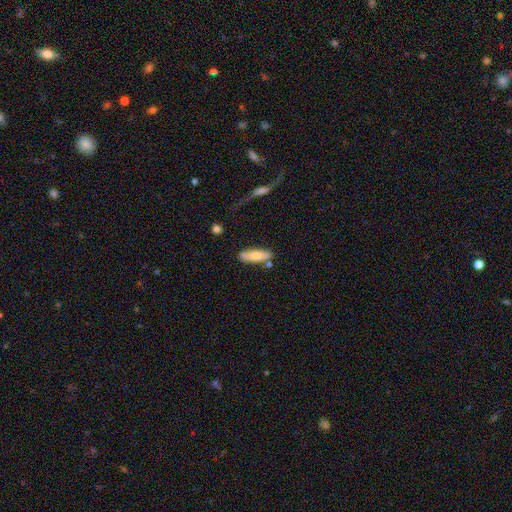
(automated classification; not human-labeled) Overall: smooth (72%). How rounded: cigar-shaped (50%; in between 48%). Merging: none (73%).